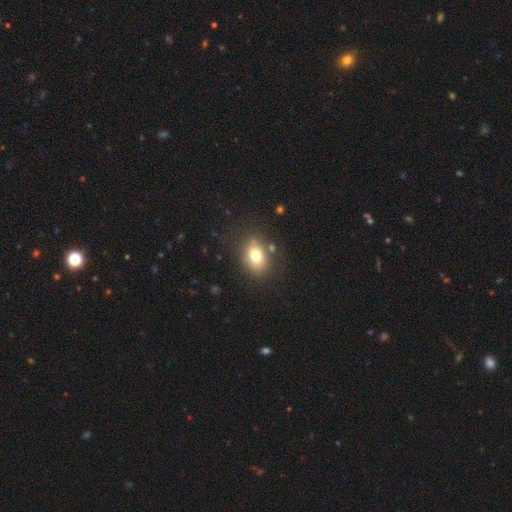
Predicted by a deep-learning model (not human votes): smooth_or_featured: smooth (p=0.75) [alt: featured or disk p=0.13]
how_rounded: in between (p=0.63) [alt: round p=0.36]
merging: none (p=0.78) [alt: minor disturbance p=0.13]